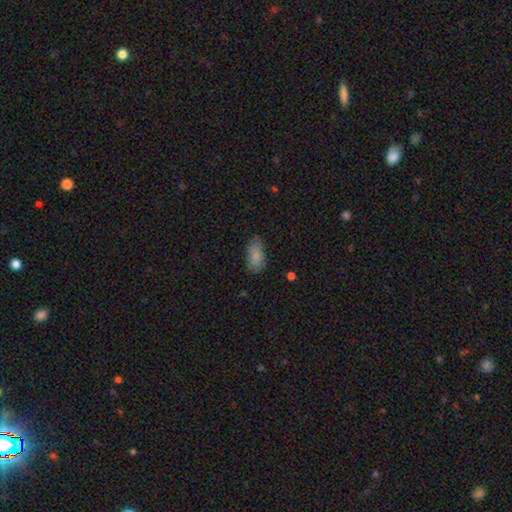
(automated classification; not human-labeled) Smooth or featured: smooth — 84% (featured or disk — 9%)
How rounded: in between — 92% (cigar-shaped — 5%)
Merging: none — 75% (minor disturbance — 20%)